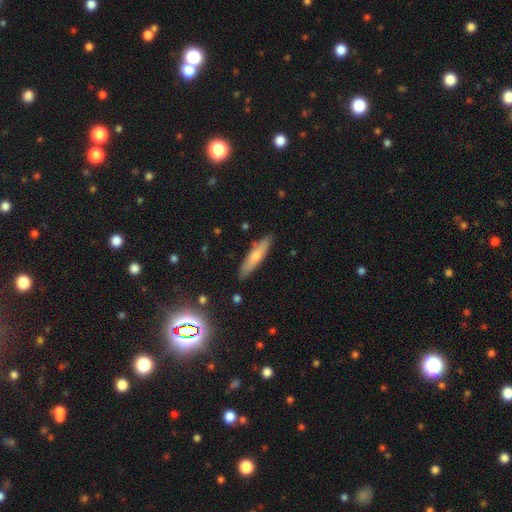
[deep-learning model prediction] Smooth or featured: smooth — 63% (featured or disk — 31%)
How rounded: cigar-shaped — 81% (in between — 18%)
Merging: none — 86% (minor disturbance — 11%)